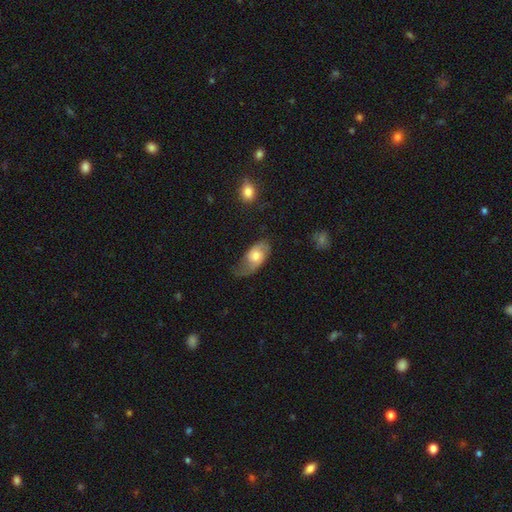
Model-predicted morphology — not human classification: This is possibly a featured or disk galaxy (52%). It is clearly not viewed edge-on (92%). Merging: marginally none (42%).